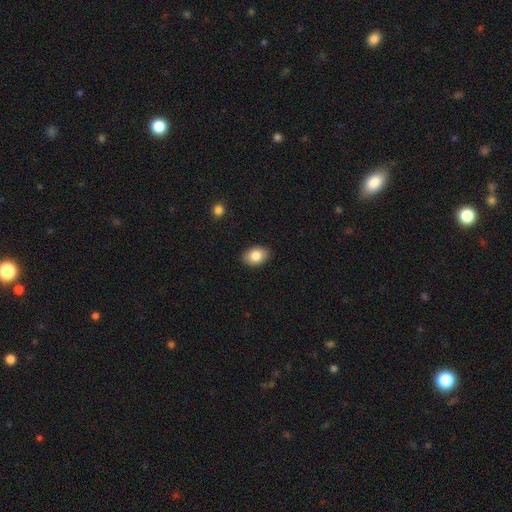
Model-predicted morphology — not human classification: Q: Smooth or featured?
A: smooth (84%); runner-up: featured or disk (8%)
Q: How rounded?
A: in between (81%); runner-up: round (18%)
Q: Merging?
A: none (89%); runner-up: minor disturbance (8%)